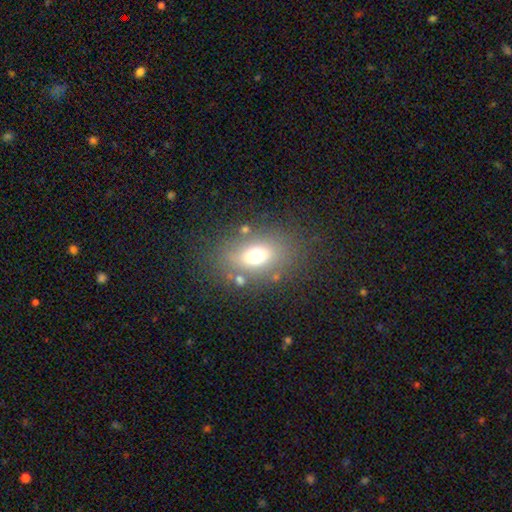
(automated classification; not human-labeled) smooth-or-featured: smooth: 66% | featured or disk: 17% | star or artifact: 16%
  how-rounded: in between: 71% | round: 26% | cigar-shaped: 3%
  merging: none: 74% | minor disturbance: 12% | major disturbance: 8% | merger: 6%